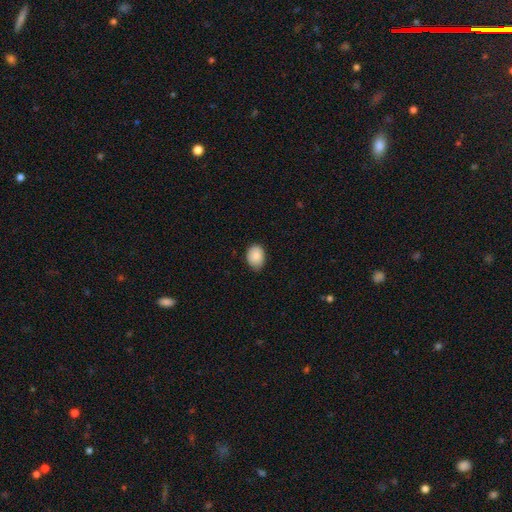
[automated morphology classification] Smooth or featured?
  - smooth: 87% *
  - star or artifact: 7%
  - featured or disk: 6%
How rounded?
  - in between: 65% *
  - round: 34%
  - cigar-shaped: 1%
Merging?
  - none: 75% *
  - minor disturbance: 21%
  - major disturbance: 3%
  - merger: 1%